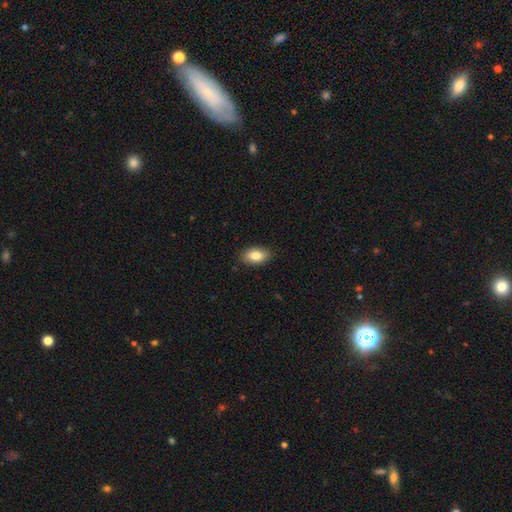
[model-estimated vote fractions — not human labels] Morphology: type=smooth (83%); roundness=in between (91%); merging=none (88%).